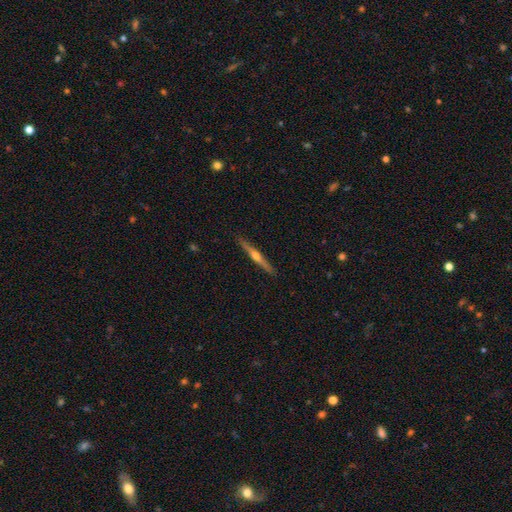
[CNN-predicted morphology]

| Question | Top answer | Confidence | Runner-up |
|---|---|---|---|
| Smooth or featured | featured or disk | 73% | smooth (22%) |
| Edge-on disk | yes | 98% | no (2%) |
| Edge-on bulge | rounded | 89% | none (8%) |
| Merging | none | 91% | minor disturbance (7%) |